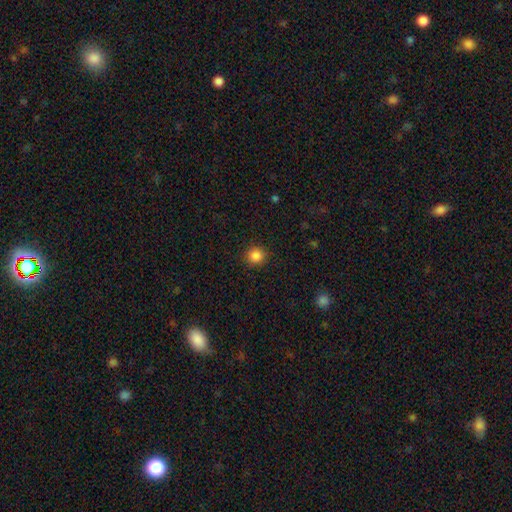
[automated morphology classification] A smooth galaxy with no disk features (86%) that is round (89%).

Vote fractions:
- Smooth or featured? smooth: 86% / star or artifact: 11% / featured or disk: 3%
- How rounded? round: 89% / in between: 10% / cigar-shaped: 1%
- Merging? none: 90% / minor disturbance: 7% / major disturbance: 2% / merger: 1%